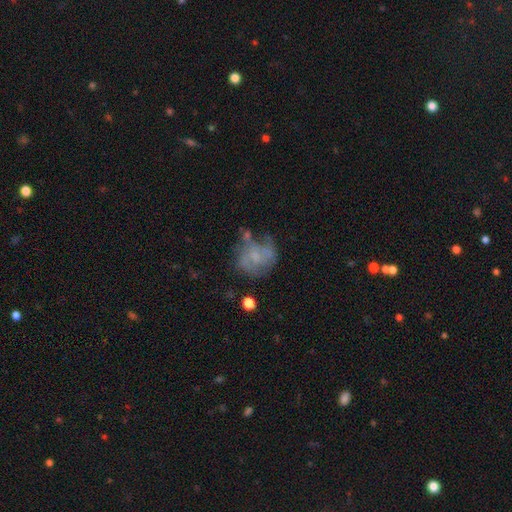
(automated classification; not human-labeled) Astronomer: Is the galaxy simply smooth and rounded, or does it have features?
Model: featured or disk — 57%.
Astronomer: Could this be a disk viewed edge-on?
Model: no — 98%.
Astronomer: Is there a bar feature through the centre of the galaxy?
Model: no — 72%.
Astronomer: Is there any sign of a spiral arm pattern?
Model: yes — 59% (runner-up: no, 41%).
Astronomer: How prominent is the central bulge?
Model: small — 39% (runner-up: none, 36%).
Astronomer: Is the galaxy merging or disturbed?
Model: none — 46% (runner-up: minor disturbance, 24%).